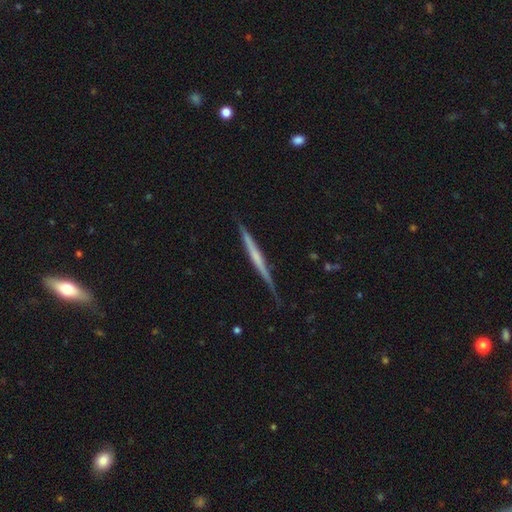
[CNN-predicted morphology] A featured or disk galaxy (63%) viewed edge-on (97%) with no central bulge (67%). Merging: none (82%).